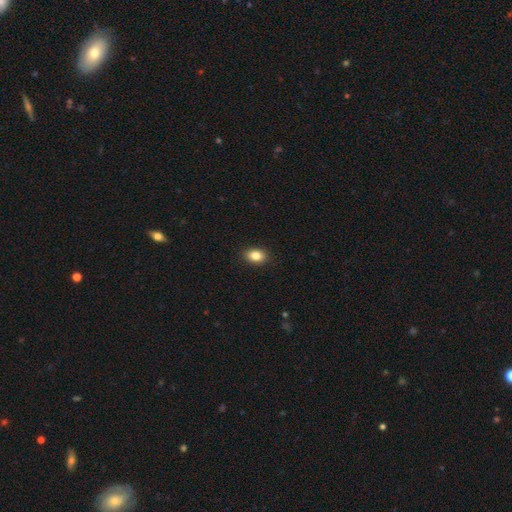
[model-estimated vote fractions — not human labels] Overall: smooth (85%). How rounded: in between (80%). Merging: none (90%).